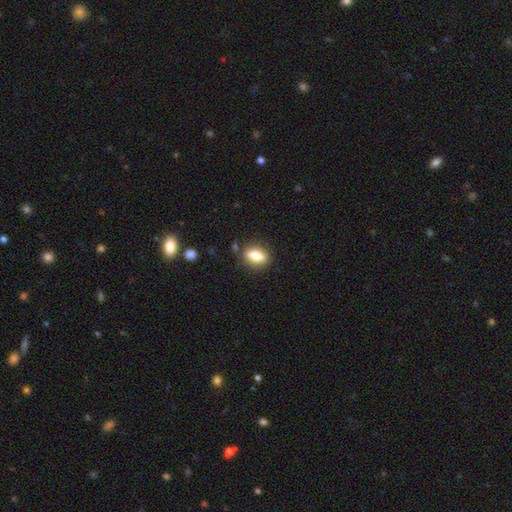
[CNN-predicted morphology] Smooth or featured? Predicted: smooth (p=0.78). How rounded? Predicted: in between (p=0.78). Merging? Predicted: none (p=0.83).